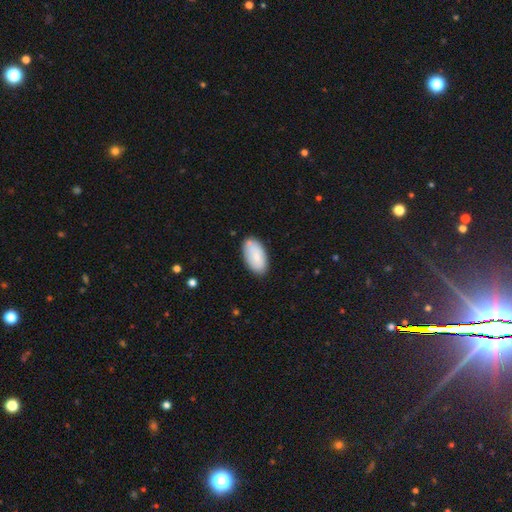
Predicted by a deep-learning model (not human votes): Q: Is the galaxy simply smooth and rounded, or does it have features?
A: smooth — 78%.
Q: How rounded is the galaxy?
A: in between — 95%.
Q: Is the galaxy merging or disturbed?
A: none — 80%.